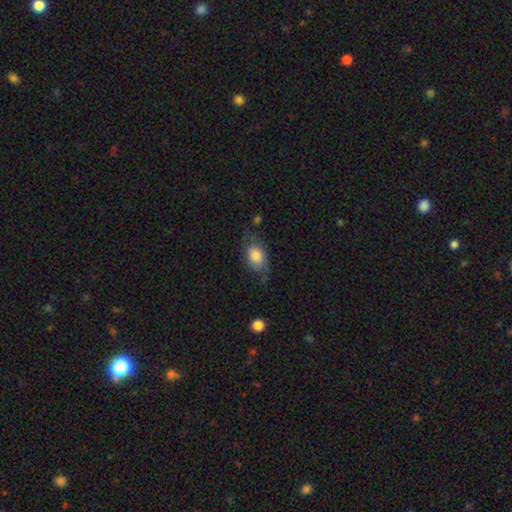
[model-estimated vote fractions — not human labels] Smooth or featured? Predicted: smooth (p=0.72). How rounded? Predicted: in between (p=0.81). Merging? Predicted: none (p=0.54).